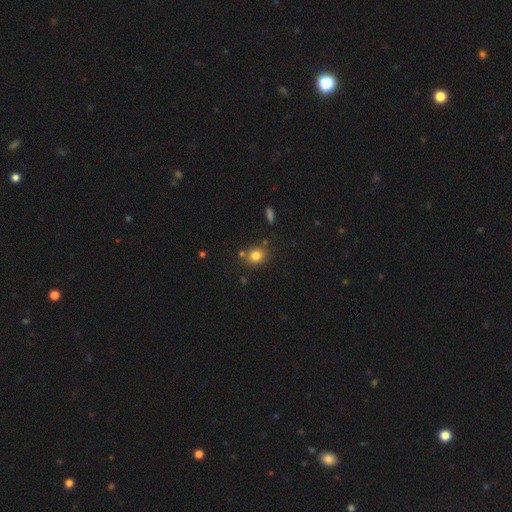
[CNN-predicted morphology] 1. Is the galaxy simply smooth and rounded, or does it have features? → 81% smooth, 12% star or artifact, 7% featured or disk.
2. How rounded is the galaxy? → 66% round, 33% in between, 1% cigar-shaped.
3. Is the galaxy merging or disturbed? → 76% none, 12% minor disturbance, 9% merger, 3% major disturbance.